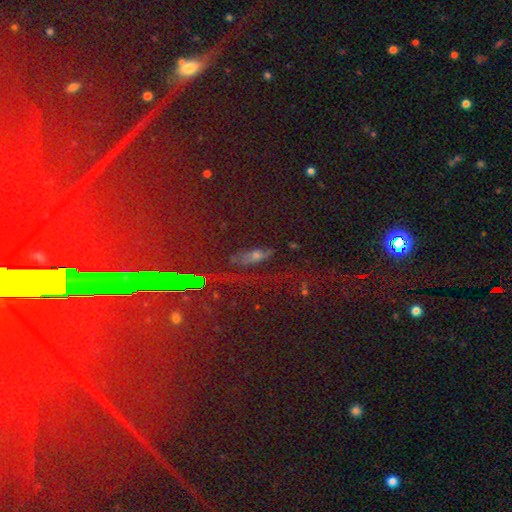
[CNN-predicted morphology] Q: Smooth or featured?
A: star or artifact (47%); runner-up: smooth (32%)